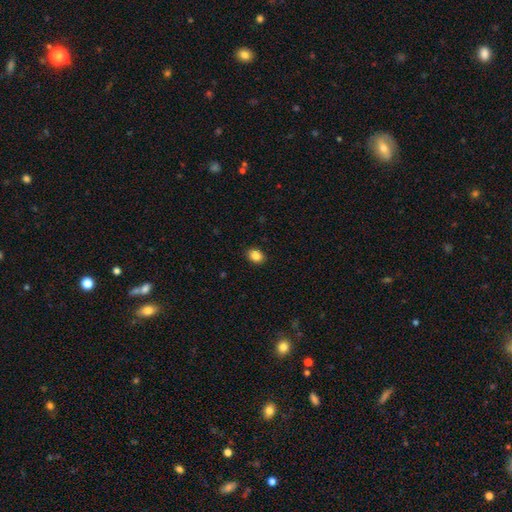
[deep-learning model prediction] Q: Smooth or featured?
A: smooth (86%); runner-up: star or artifact (9%)
Q: How rounded?
A: in between (63%); runner-up: round (36%)
Q: Merging?
A: none (90%); runner-up: minor disturbance (7%)